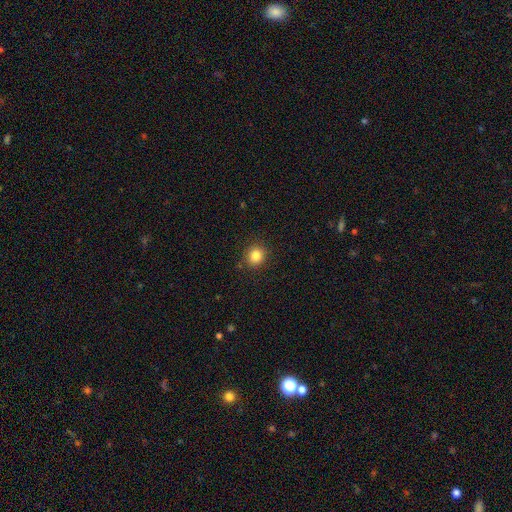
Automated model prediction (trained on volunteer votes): smooth_or_featured: smooth (p=0.84) [alt: star or artifact p=0.11]
how_rounded: round (p=0.85) [alt: in between p=0.14]
merging: none (p=0.89) [alt: minor disturbance p=0.08]